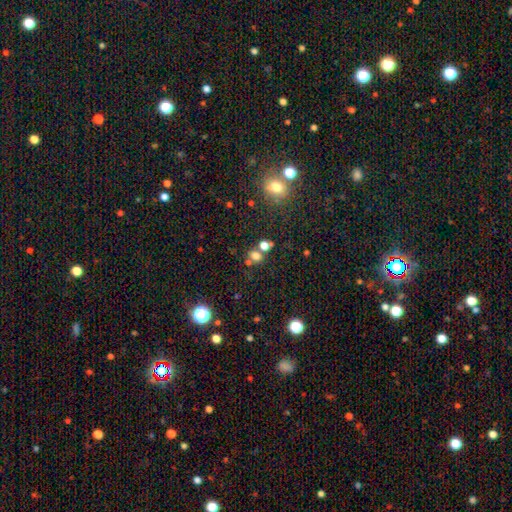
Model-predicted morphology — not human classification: smooth_or_featured: smooth (p=0.69) [alt: star or artifact p=0.23]
how_rounded: round (p=0.58) [alt: in between p=0.40]
merging: none (p=0.57) [alt: merger p=0.28]